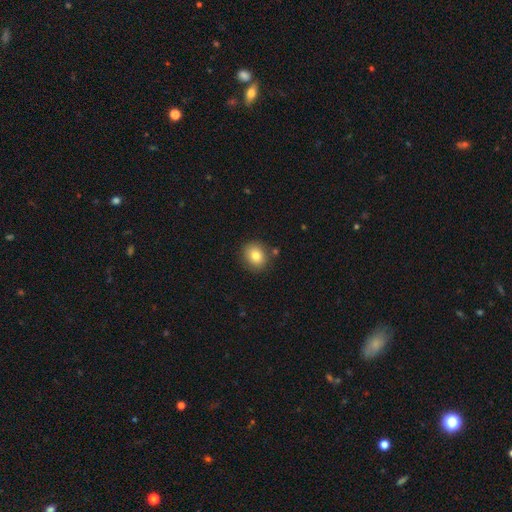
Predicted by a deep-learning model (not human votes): Smooth or featured? Predicted: smooth (p=0.81). How rounded? Predicted: round (p=0.73). Merging? Predicted: none (p=0.84).